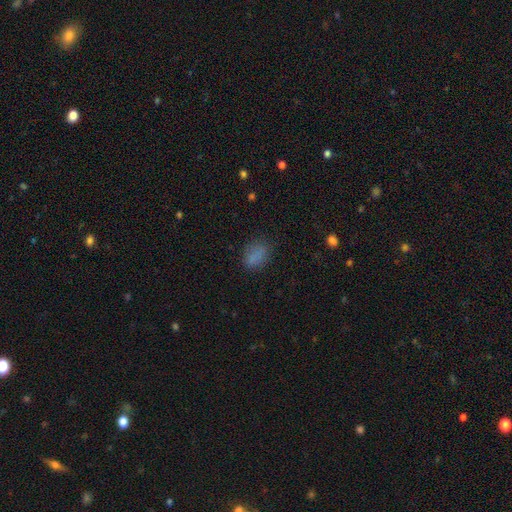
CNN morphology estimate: Q: Smooth or featured?
A: smooth (79%); runner-up: star or artifact (14%)
Q: How rounded?
A: in between (76%); runner-up: round (22%)
Q: Merging?
A: none (72%); runner-up: minor disturbance (19%)